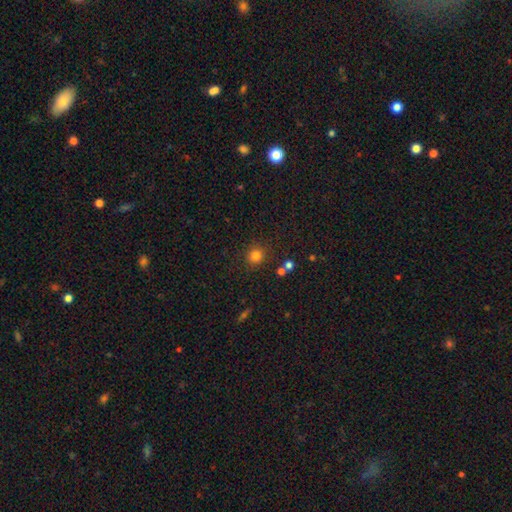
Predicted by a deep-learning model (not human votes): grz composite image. It shows a smooth galaxy with no disk features (80%) that is round (89%). Merging: none (86%).